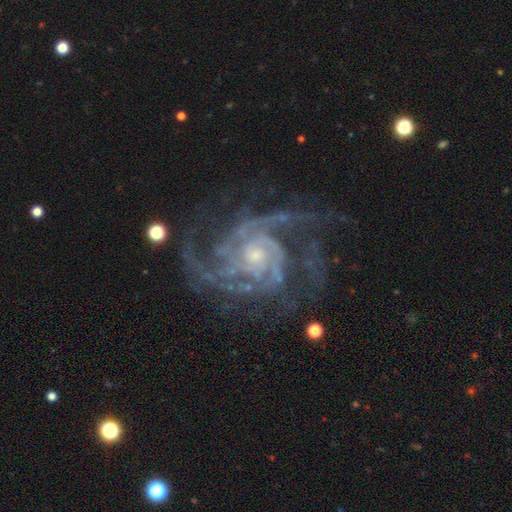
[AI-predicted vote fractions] Q: Smooth or featured?
A: featured or disk (93%); runner-up: star or artifact (5%)
Q: Edge-on disk?
A: no (98%); runner-up: yes (2%)
Q: Bar?
A: no (70%); runner-up: weak (23%)
Q: Spiral arms?
A: yes (98%); runner-up: no (2%)
Q: Spiral winding?
A: tight (54%); runner-up: medium (39%)
Q: Spiral arm count?
A: 3 (28%); runner-up: 2 (23%)
Q: Bulge size?
A: small (65%); runner-up: moderate (29%)
Q: Merging?
A: none (66%); runner-up: minor disturbance (17%)